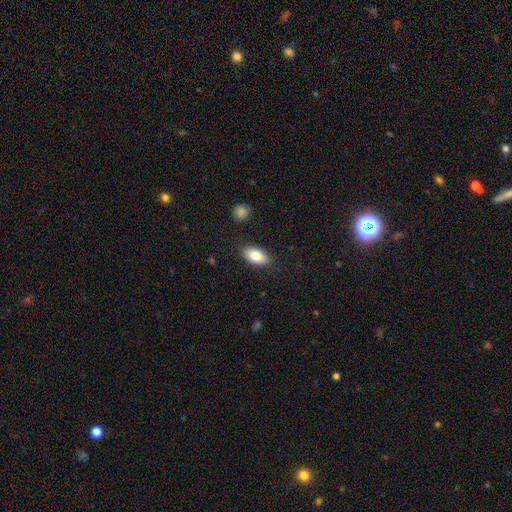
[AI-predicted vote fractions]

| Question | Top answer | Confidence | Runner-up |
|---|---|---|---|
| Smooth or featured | smooth | 82% | featured or disk (11%) |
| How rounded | in between | 92% | round (5%) |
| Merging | none | 86% | minor disturbance (10%) |